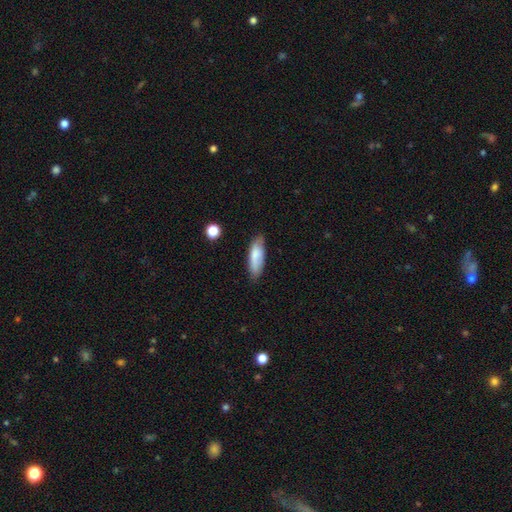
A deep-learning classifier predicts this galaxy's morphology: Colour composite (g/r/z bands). It shows a smooth galaxy with no disk features (78%) that is in between round and cigar-shaped (60%). Merging: none (73%).